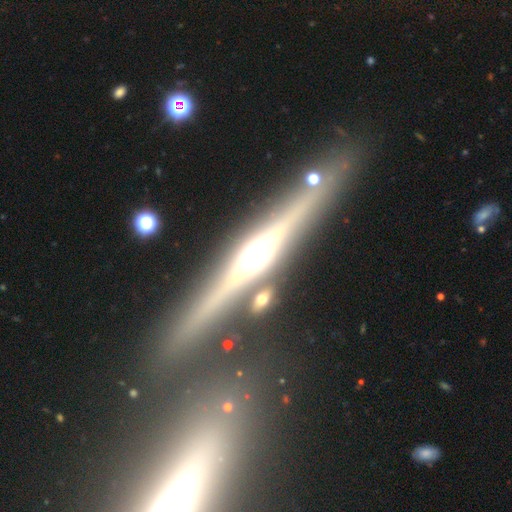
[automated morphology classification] type=featured or disk (73%); edge-on=yes (90%); edge-on bulge=rounded (83%); merging=none (71%).